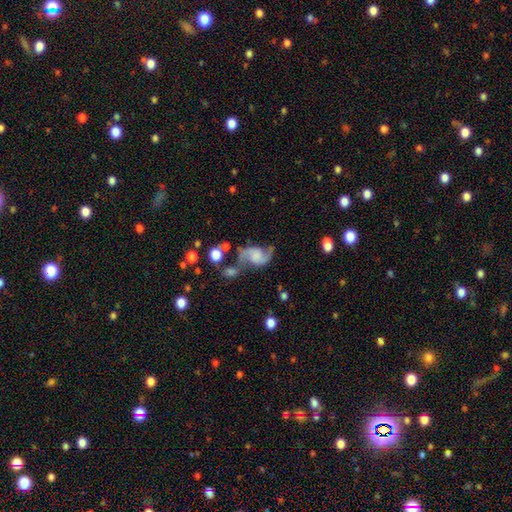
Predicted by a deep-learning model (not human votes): smooth_or_featured: featured or disk (p=0.83) [alt: smooth p=0.10]
disk_edge_on: no (p=0.98) [alt: yes p=0.02]
bar: no (p=0.58) [alt: weak p=0.34]
has_spiral_arms: yes (p=0.96) [alt: no p=0.04]
spiral_winding: loose (p=0.66) [alt: medium p=0.28]
spiral_arm_count: 2 (p=0.93) [alt: 1 p=0.02]
bulge_size: none (p=0.48) [alt: small p=0.19]
merging: none (p=0.45) [alt: merger p=0.21]